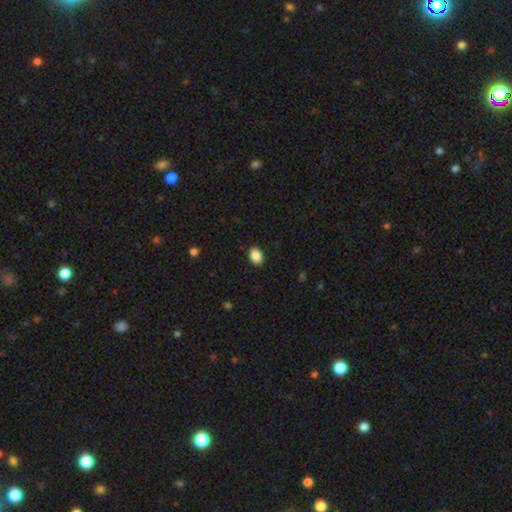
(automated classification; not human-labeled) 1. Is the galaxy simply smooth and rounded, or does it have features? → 89% smooth, 8% star or artifact, 3% featured or disk.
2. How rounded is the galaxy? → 79% in between, 20% round, 1% cigar-shaped.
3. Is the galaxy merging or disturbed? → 89% none, 8% minor disturbance, 2% major disturbance, 1% merger.